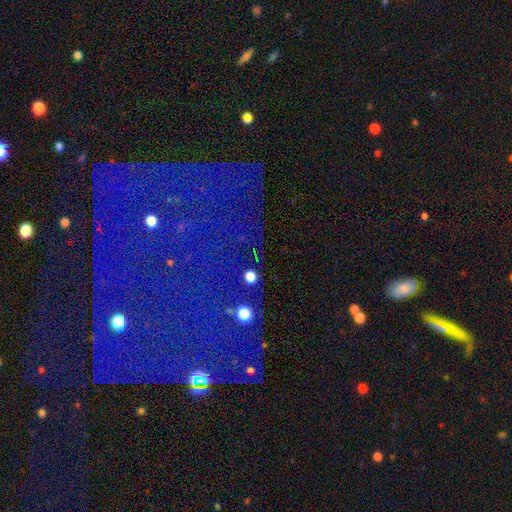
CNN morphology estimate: smooth-or-featured: star or artifact: 71% | smooth: 18% | featured or disk: 12%